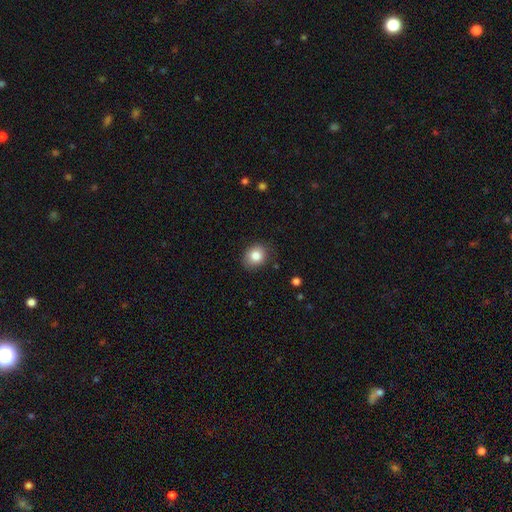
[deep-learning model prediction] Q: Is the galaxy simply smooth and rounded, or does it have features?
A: smooth — 83%.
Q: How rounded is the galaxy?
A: round — 63%.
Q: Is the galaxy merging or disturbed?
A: none — 84%.